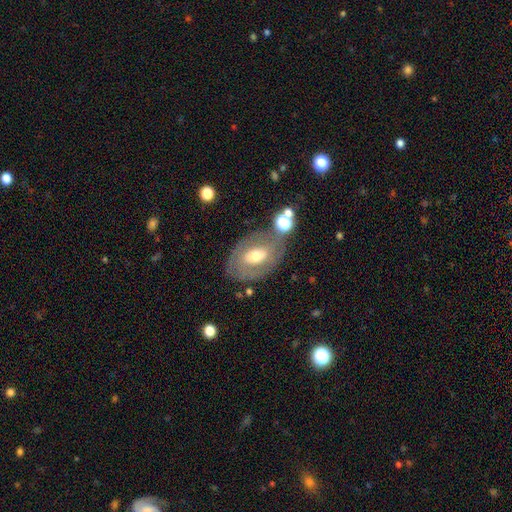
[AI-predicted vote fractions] Smooth or featured?
  - featured or disk: 56% *
  - smooth: 36%
  - star or artifact: 8%
Edge-on disk?
  - no: 93% *
  - yes: 7%
Bar?
  - no: 57% *
  - weak: 29%
  - strong: 13%
Spiral arms?
  - no: 58% *
  - yes: 42%
Bulge size?
  - moderate: 60% *
  - small: 24%
  - large: 12%
  - dominant: 2%
  - none: 2%
Merging?
  - none: 64% *
  - minor disturbance: 18%
  - major disturbance: 10%
  - merger: 8%